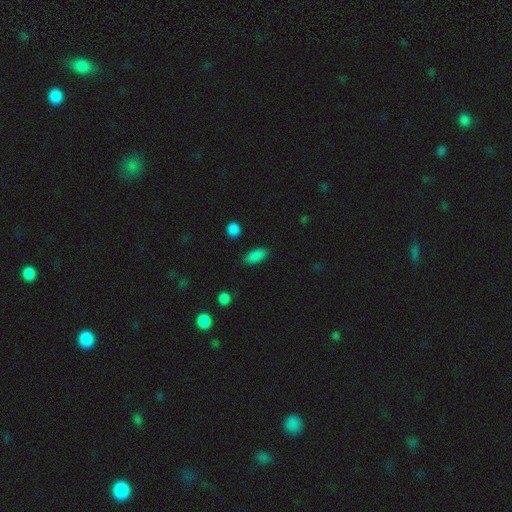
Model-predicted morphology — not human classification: Smooth or featured? smooth (87%)
How rounded? in between (85%)
Merging? none (85%)